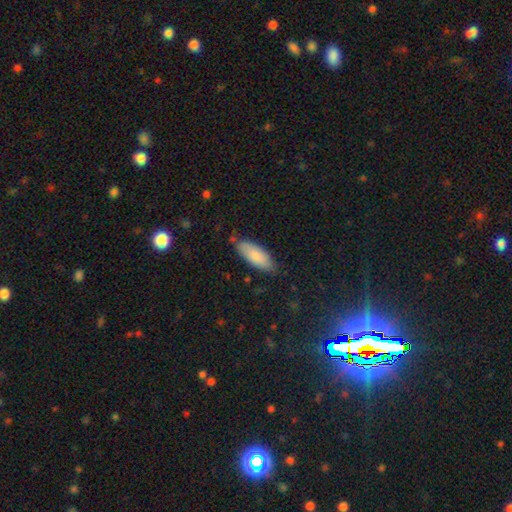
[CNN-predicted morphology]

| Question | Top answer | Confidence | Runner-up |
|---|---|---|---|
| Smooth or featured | smooth | 85% | featured or disk (9%) |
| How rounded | in between | 74% | cigar-shaped (24%) |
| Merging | none | 77% | minor disturbance (18%) |